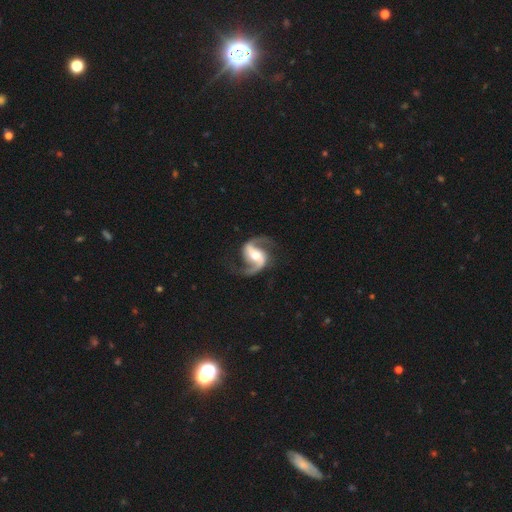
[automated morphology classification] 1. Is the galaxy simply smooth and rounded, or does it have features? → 92% featured or disk, 4% star or artifact, 4% smooth.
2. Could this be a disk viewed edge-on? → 98% no, 2% yes.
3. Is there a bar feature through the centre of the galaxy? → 40% strong, 36% weak, 24% no.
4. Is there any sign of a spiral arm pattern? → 98% yes, 2% no.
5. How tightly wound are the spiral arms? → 50% medium, 41% loose, 9% tight.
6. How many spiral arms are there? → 94% 2, 1% 1, 1% can't tell, 1% 3, 1% 4, 1% more than 4.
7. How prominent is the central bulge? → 64% moderate, 21% small, 11% large, 2% none, 1% dominant.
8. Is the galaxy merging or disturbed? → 80% none, 12% minor disturbance, 7% major disturbance, 1% merger.